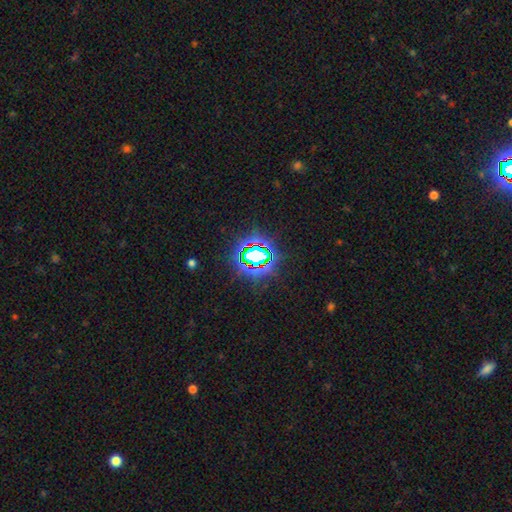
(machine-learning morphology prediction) Smooth or featured?
  - star or artifact: 74% *
  - smooth: 16%
  - featured or disk: 10%